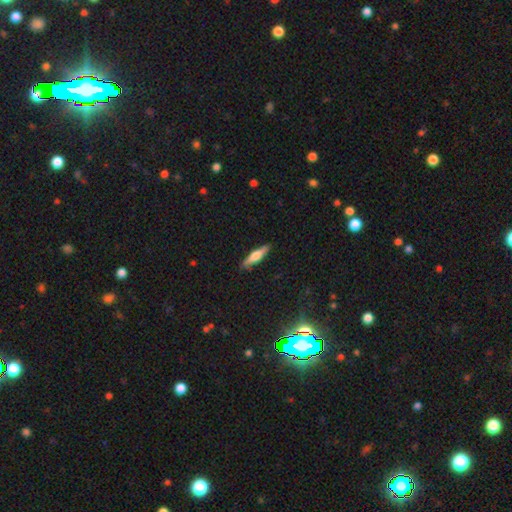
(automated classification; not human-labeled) Smooth or featured: smooth — 47% (featured or disk — 46%)
Merging: none — 88% (minor disturbance — 9%)